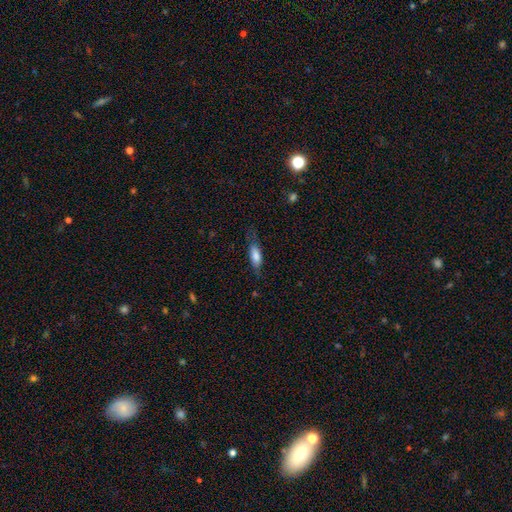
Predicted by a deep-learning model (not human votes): Overall: smooth (77%). How rounded: in between (64%; cigar-shaped 34%). Merging: none (56%; minor disturbance 28%).